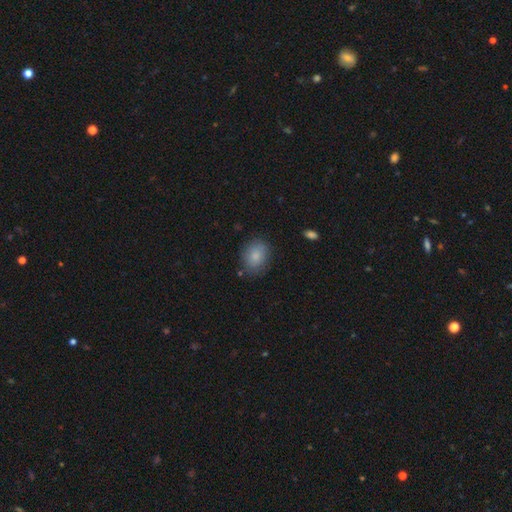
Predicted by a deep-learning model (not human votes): Smooth or featured? smooth (84%)
How rounded? in between (59%)
Merging? none (79%)